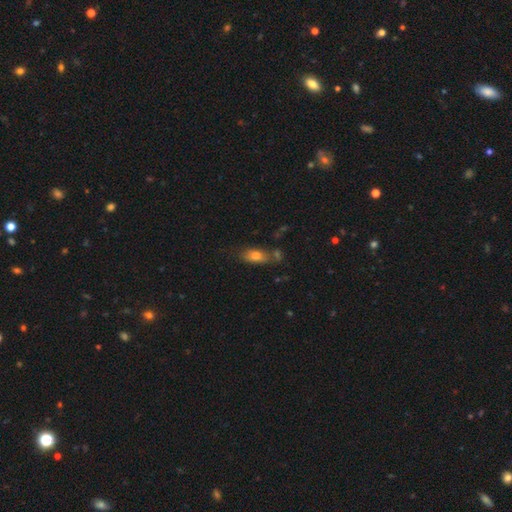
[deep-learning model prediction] Morphology: type=smooth (73%); roundness=in between (78%); merging=none (54%).